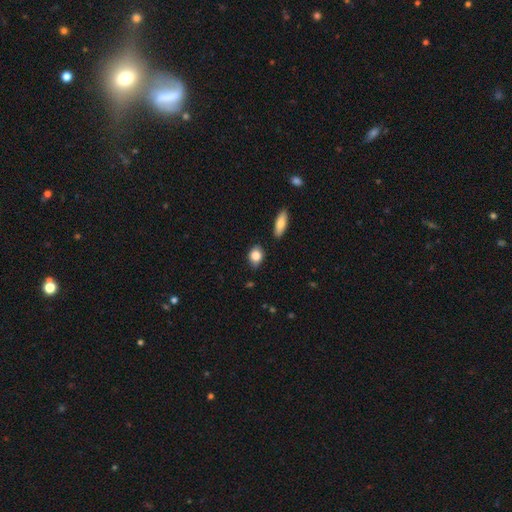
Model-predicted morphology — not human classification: A smooth galaxy with no disk features (84%) that is in between round and cigar-shaped (62%).

Vote fractions:
- Smooth or featured? smooth: 84% / featured or disk: 9% / star or artifact: 8%
- How rounded? in between: 62% / round: 35% / cigar-shaped: 3%
- Merging? none: 80% / minor disturbance: 15% / merger: 3% / major disturbance: 3%